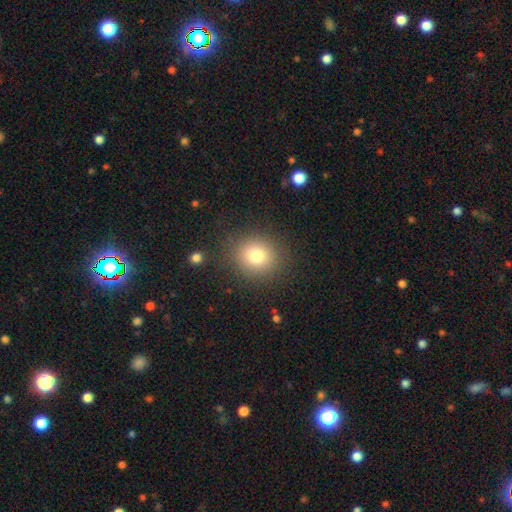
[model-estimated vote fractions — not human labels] Smooth or featured? smooth (78%)
How rounded? round (83%)
Merging? none (86%)